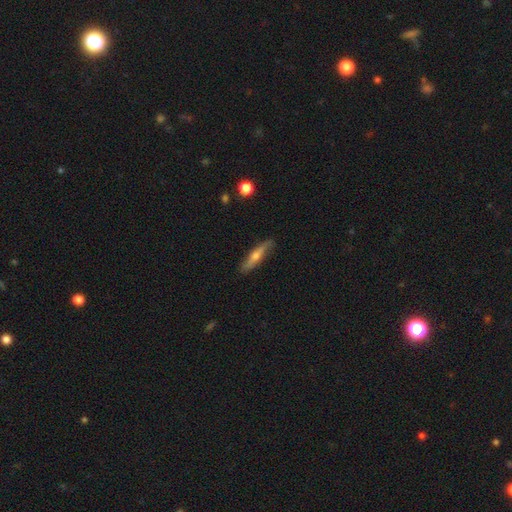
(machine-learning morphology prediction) type=featured or disk (57%); edge-on=yes (82%); merging=none (83%).